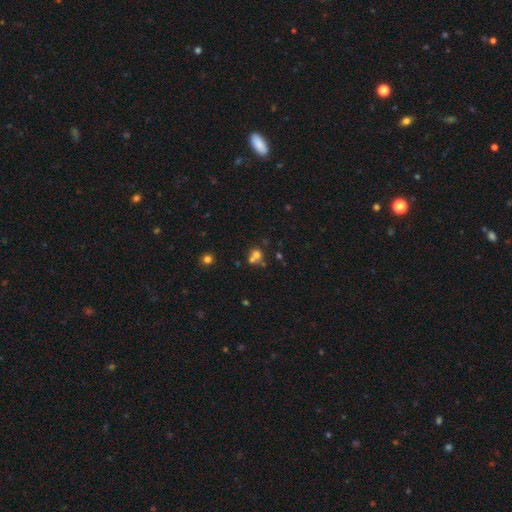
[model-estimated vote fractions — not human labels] Morphology: type=smooth (64%); roundness=round (81%); merging=merger (49%).